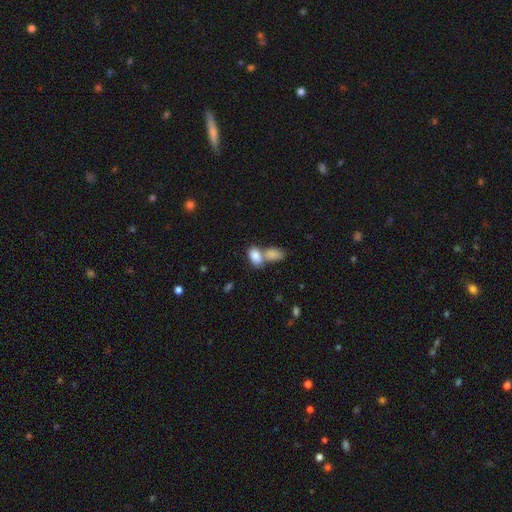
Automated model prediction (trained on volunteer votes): Morphology: type=smooth (85%); roundness=in between (92%); merging=merger (62%).